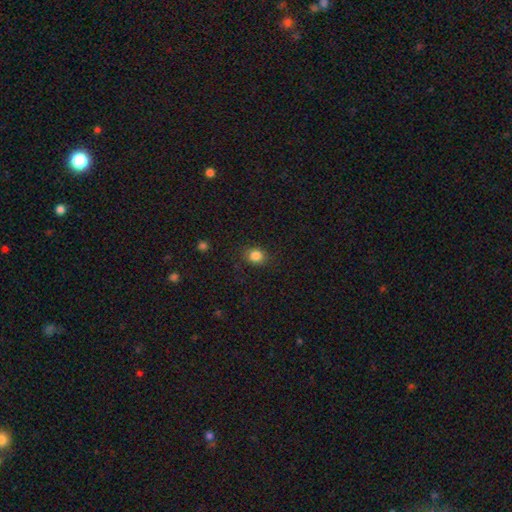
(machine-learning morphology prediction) The model was most divided on "how rounded": round: 71%, in between: 28%, cigar-shaped: 1%. More confident: smooth or featured — smooth (84%); merging — none (83%).